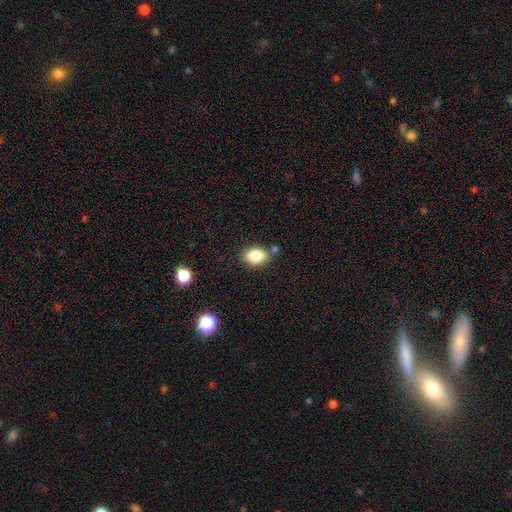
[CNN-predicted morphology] Smooth or featured? Predicted: smooth (p=0.84). How rounded? Predicted: in between (p=0.84). Merging? Predicted: none (p=0.78).